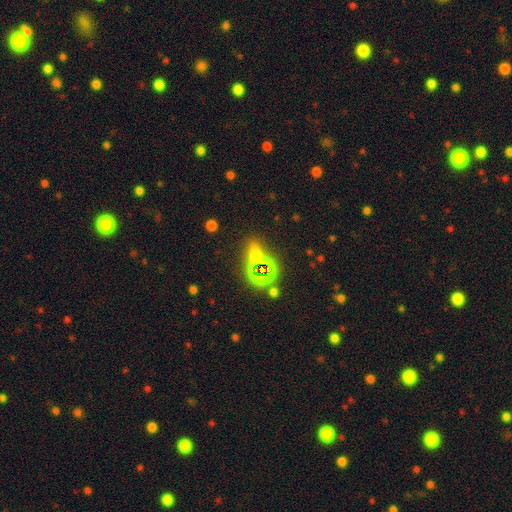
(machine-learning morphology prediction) Overall: star or artifact (52%; smooth 37%).